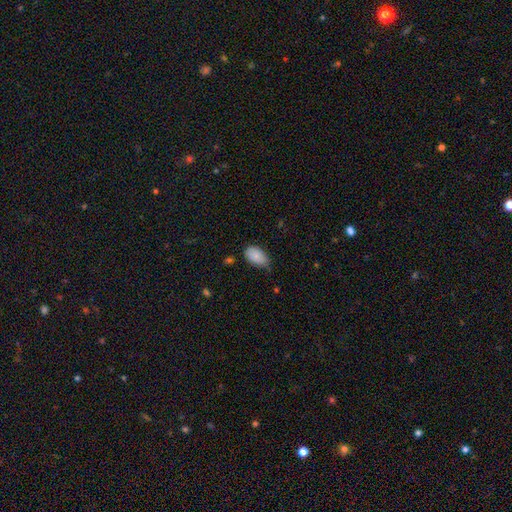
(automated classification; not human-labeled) smooth-or-featured: smooth: 84% | featured or disk: 9% | star or artifact: 7%
  how-rounded: in between: 93% | round: 6% | cigar-shaped: 1%
  merging: none: 56% | minor disturbance: 37% | major disturbance: 5% | merger: 2%